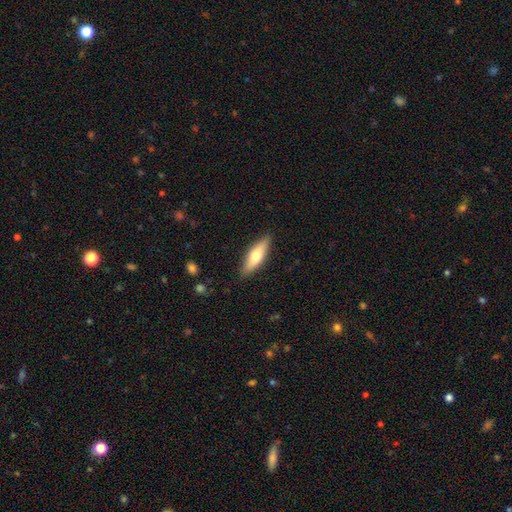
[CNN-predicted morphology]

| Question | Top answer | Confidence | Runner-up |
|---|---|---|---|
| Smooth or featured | smooth | 59% | featured or disk (35%) |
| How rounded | cigar-shaped | 57% | in between (41%) |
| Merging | none | 87% | minor disturbance (10%) |